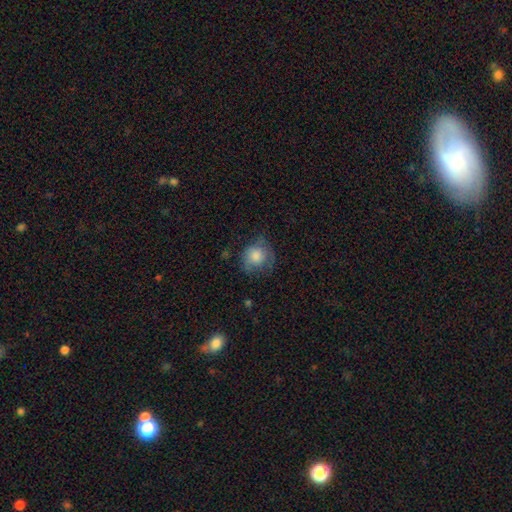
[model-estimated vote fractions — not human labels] A smooth galaxy with no disk features (74%) that is round (80%). Merging: none (57%).